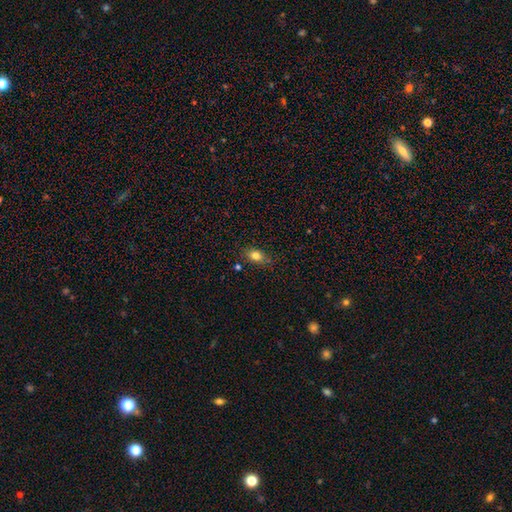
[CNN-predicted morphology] Q: Smooth or featured?
A: smooth (80%); runner-up: star or artifact (11%)
Q: How rounded?
A: in between (75%); runner-up: round (22%)
Q: Merging?
A: none (77%); runner-up: minor disturbance (16%)